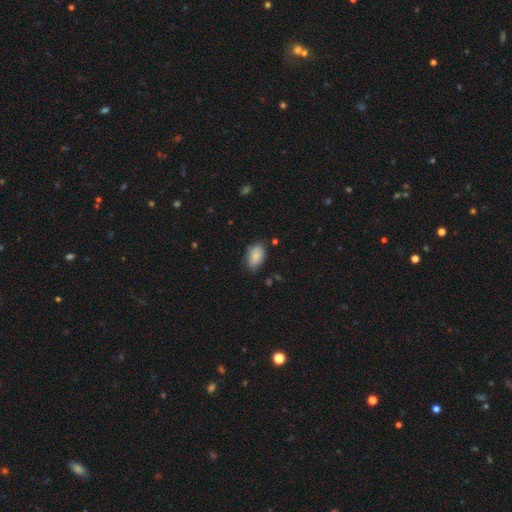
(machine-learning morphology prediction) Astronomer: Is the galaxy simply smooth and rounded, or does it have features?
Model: smooth — 85%.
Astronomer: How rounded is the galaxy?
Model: in between — 91%.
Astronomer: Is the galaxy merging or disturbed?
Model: none — 71%.